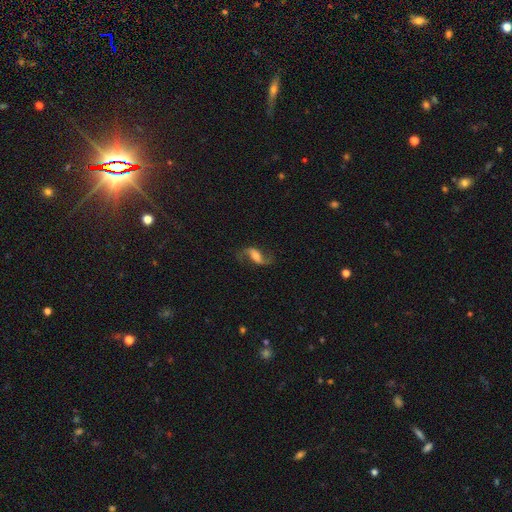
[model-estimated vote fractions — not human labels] Morphology: type=featured or disk (78%); edge-on=no (95%); bar=weak (40%); spiral arms=yes (94%); winding=loose (76%); arm count=2 (92%); bulge=moderate (46%); merging=none (75%).